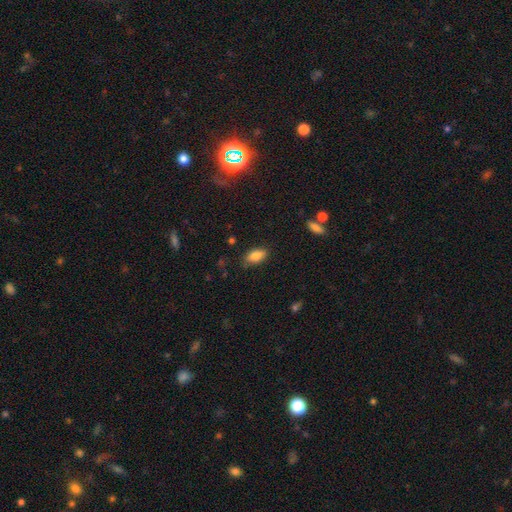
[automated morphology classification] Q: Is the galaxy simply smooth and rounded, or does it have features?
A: smooth — 83%.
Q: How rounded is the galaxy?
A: in between — 89%.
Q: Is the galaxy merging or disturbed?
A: none — 80%.